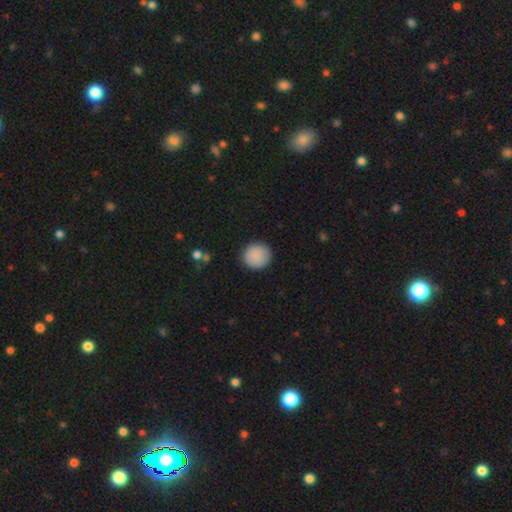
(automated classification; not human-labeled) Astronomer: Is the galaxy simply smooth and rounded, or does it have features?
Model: smooth — 89%.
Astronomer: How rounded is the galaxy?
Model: round — 92%.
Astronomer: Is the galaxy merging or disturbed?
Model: none — 90%.